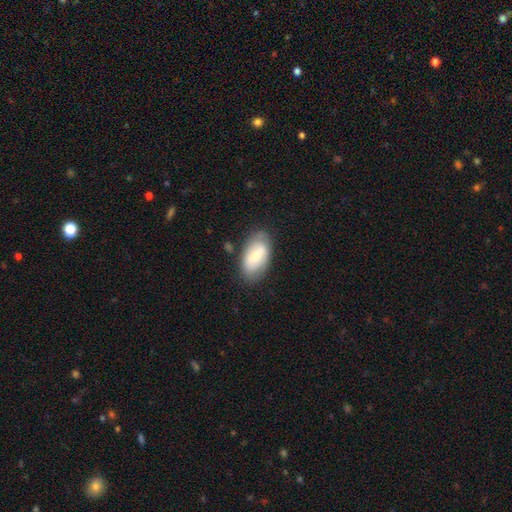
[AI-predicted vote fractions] Smooth or featured? smooth (59%)
How rounded? in between (94%)
Merging? none (76%)